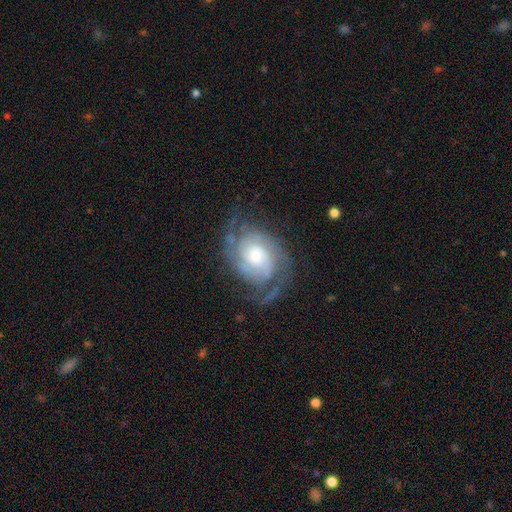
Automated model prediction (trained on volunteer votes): smooth_or_featured: featured or disk (p=0.87) [alt: smooth p=0.07]
disk_edge_on: no (p=0.97) [alt: yes p=0.03]
bar: no (p=0.67) [alt: weak p=0.27]
has_spiral_arms: yes (p=0.97) [alt: no p=0.03]
spiral_winding: tight (p=0.61) [alt: medium p=0.32]
spiral_arm_count: 2 (p=0.43) [alt: 3 p=0.21]
bulge_size: moderate (p=0.49) [alt: small p=0.35]
merging: none (p=0.69) [alt: minor disturbance p=0.19]